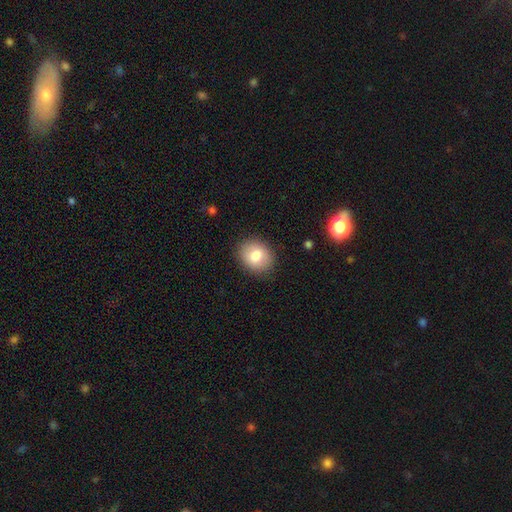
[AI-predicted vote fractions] smooth 79%, featured or disk 12%, star or artifact 8%. Down the decision tree: how rounded — round (56%); merging — none (88%).